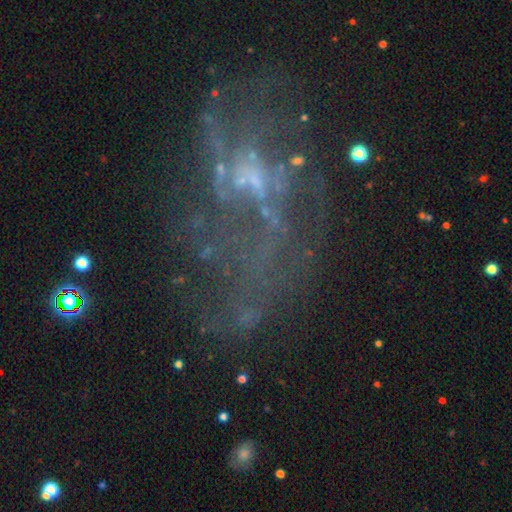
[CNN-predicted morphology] Smooth or featured?
  - featured or disk: 65% *
  - star or artifact: 23%
  - smooth: 11%
Edge-on disk?
  - no: 97% *
  - yes: 3%
Bar?
  - no: 65% *
  - weak: 26%
  - strong: 9%
Spiral arms?
  - no: 51% *
  - yes: 49%
Bulge size?
  - none: 48% *
  - small: 35%
  - moderate: 13%
  - large: 2%
  - dominant: 1%
Merging?
  - none: 41% *
  - major disturbance: 35%
  - minor disturbance: 16%
  - merger: 8%